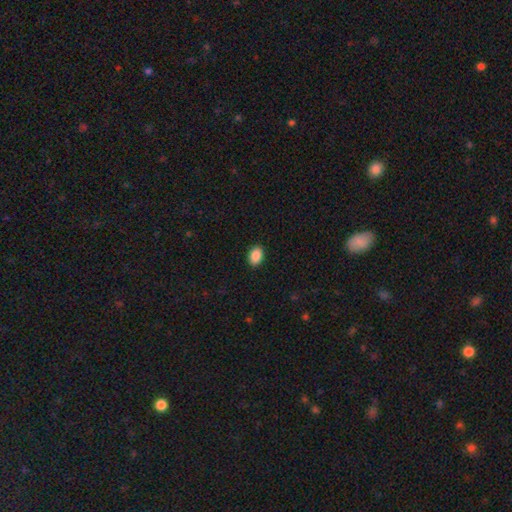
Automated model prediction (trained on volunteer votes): smooth-or-featured: smooth: 89% | star or artifact: 8% | featured or disk: 3%
  how-rounded: in between: 82% | round: 17% | cigar-shaped: 1%
  merging: none: 91% | minor disturbance: 7% | major disturbance: 2% | merger: 1%